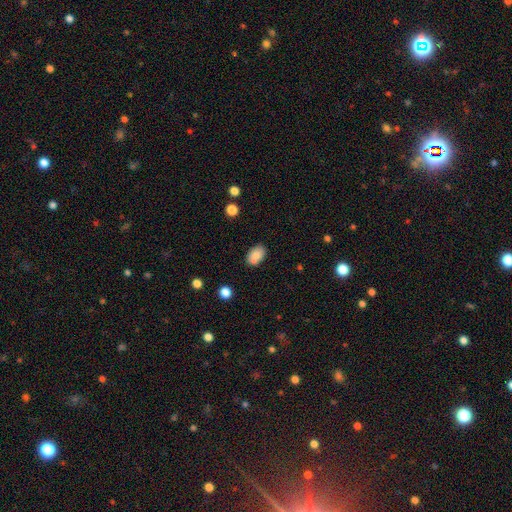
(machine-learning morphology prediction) Q: Smooth or featured?
A: smooth (85%); runner-up: star or artifact (8%)
Q: How rounded?
A: in between (88%); runner-up: round (10%)
Q: Merging?
A: none (73%); runner-up: minor disturbance (15%)